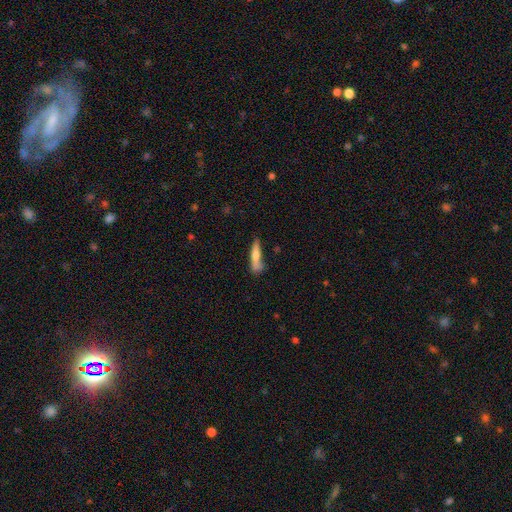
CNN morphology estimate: This appears to be a smooth galaxy with no disk features (67%) that is cigar-shaped (84%). Merging: none (59%).